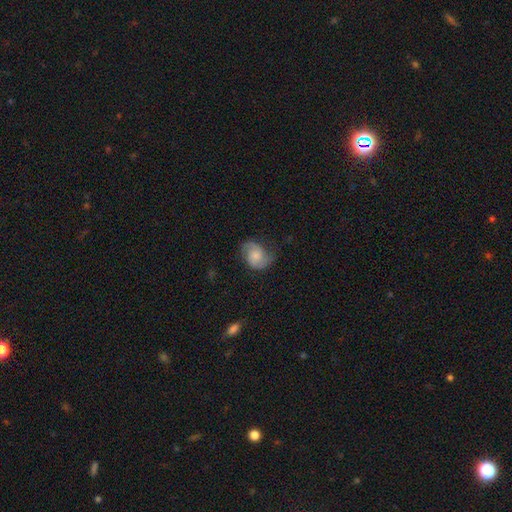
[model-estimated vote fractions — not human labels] Q: Smooth or featured?
A: featured or disk (61%); runner-up: smooth (31%)
Q: Edge-on disk?
A: no (98%); runner-up: yes (2%)
Q: Bar?
A: no (68%); runner-up: weak (28%)
Q: Spiral arms?
A: yes (93%); runner-up: no (7%)
Q: Spiral winding?
A: medium (47%); runner-up: loose (32%)
Q: Spiral arm count?
A: 2 (86%); runner-up: can't tell (6%)
Q: Bulge size?
A: small (40%); runner-up: moderate (34%)
Q: Merging?
A: none (64%); runner-up: minor disturbance (25%)